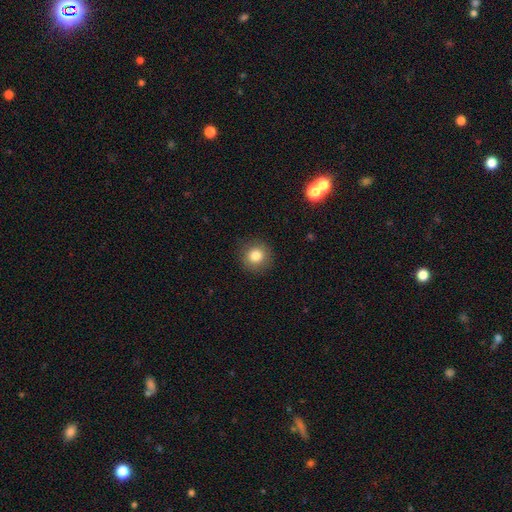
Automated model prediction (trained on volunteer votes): A smooth galaxy with no disk features (82%) that is round (92%). Merging: none (90%).